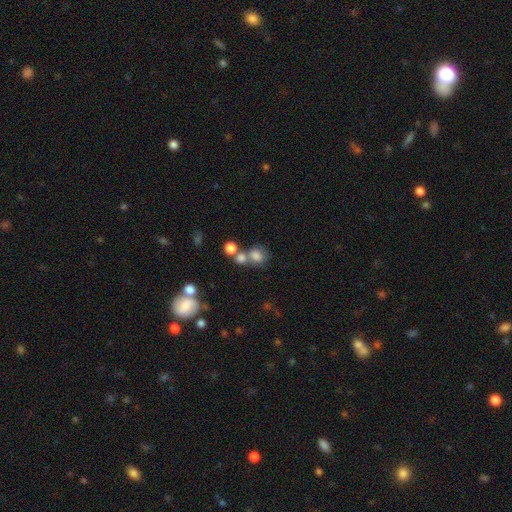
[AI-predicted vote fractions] Smooth or featured? smooth (74%)
How rounded? round (56%)
Merging? merger (42%)